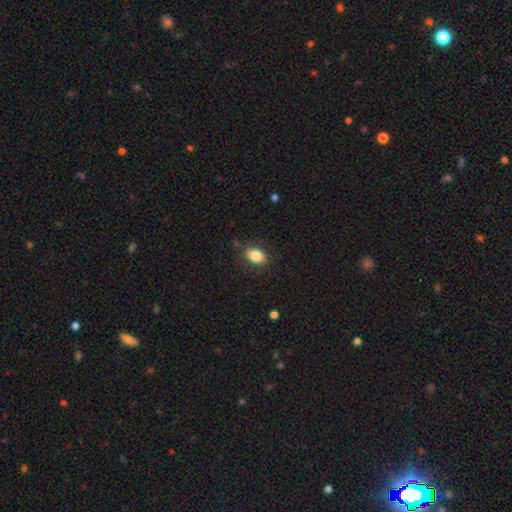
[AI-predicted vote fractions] Morphology: type=smooth (82%); roundness=in between (85%); merging=none (82%).